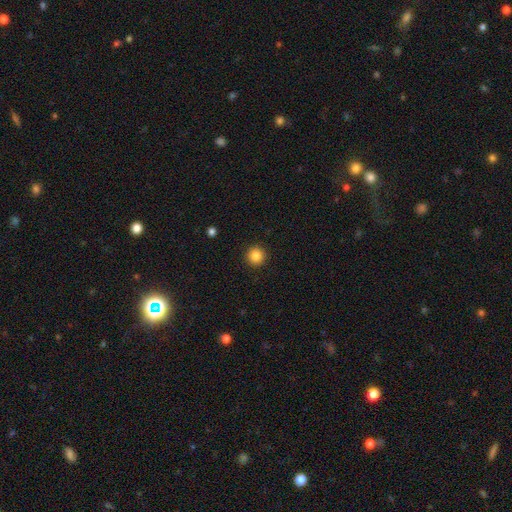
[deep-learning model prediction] smooth_or_featured: smooth (p=0.85) [alt: star or artifact p=0.10]
how_rounded: round (p=0.96) [alt: in between p=0.03]
merging: none (p=0.93) [alt: minor disturbance p=0.05]